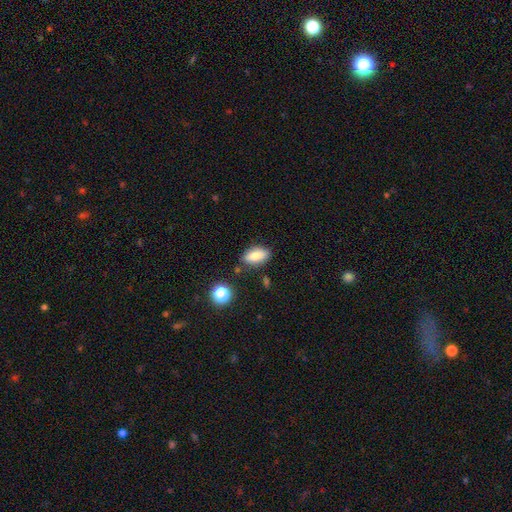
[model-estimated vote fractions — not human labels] Smooth or featured?
  - smooth: 77% *
  - featured or disk: 15%
  - star or artifact: 8%
How rounded?
  - in between: 85% *
  - cigar-shaped: 10%
  - round: 6%
Merging?
  - none: 79% *
  - minor disturbance: 13%
  - merger: 4%
  - major disturbance: 3%